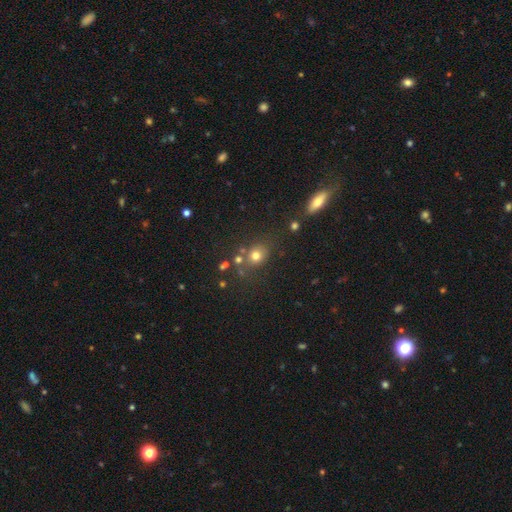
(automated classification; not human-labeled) A smooth galaxy with no disk features (72%) that is round (71%). Merging: none (68%).